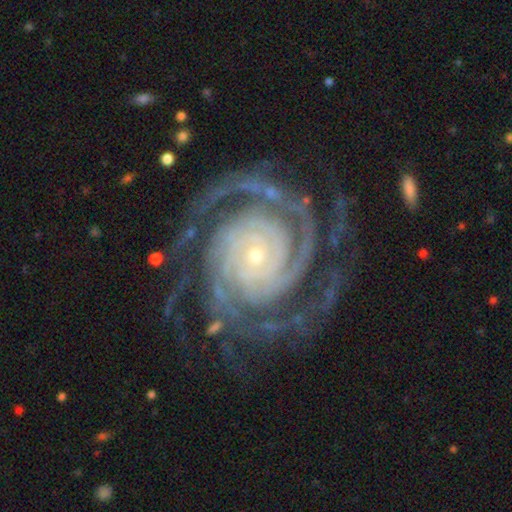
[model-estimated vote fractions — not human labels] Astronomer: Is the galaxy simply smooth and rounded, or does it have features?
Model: featured or disk — 94%.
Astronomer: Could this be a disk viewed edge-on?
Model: no — 98%.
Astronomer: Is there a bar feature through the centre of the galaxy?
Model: no — 74%.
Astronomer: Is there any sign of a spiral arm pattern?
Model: yes — 99%.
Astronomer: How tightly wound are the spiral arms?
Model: tight — 82%.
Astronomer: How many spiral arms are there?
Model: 2 — 36% (runner-up: 3, 21%).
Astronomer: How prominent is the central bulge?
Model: small — 80%.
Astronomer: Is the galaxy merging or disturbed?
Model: none — 76%.